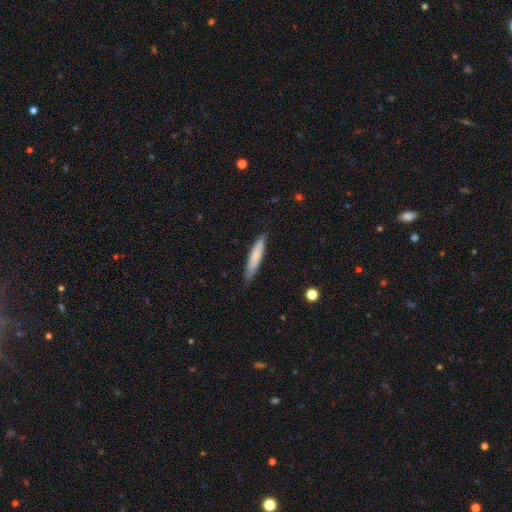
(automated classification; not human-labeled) A smooth galaxy with no disk features (76%) that is cigar-shaped (90%). Merging: none (85%).